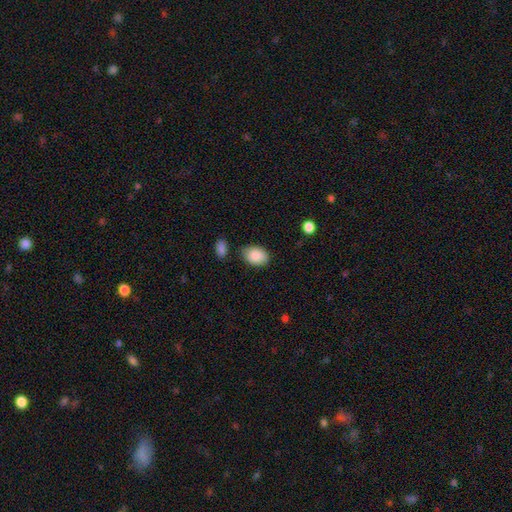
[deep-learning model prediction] Overall: smooth (89%). How rounded: in between (83%). Merging: none (80%).